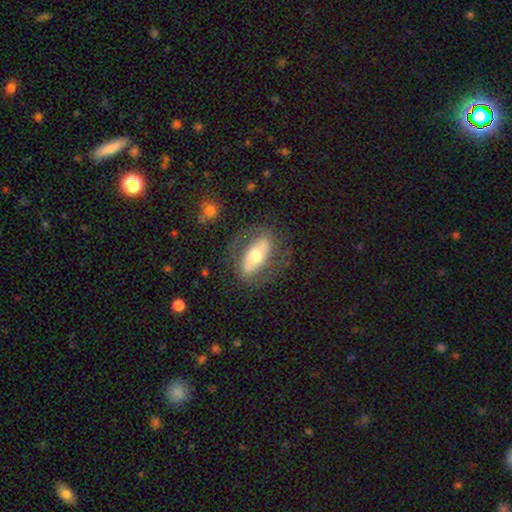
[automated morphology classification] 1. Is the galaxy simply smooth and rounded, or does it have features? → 59% featured or disk, 35% smooth, 6% star or artifact.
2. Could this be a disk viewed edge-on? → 88% no, 12% yes.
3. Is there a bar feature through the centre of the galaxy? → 46% no, 28% strong, 26% weak.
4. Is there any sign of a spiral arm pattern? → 58% yes, 42% no.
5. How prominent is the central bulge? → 64% moderate, 20% large, 13% small, 2% dominant, 1% none.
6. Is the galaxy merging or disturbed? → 70% none, 17% minor disturbance, 11% major disturbance, 2% merger.